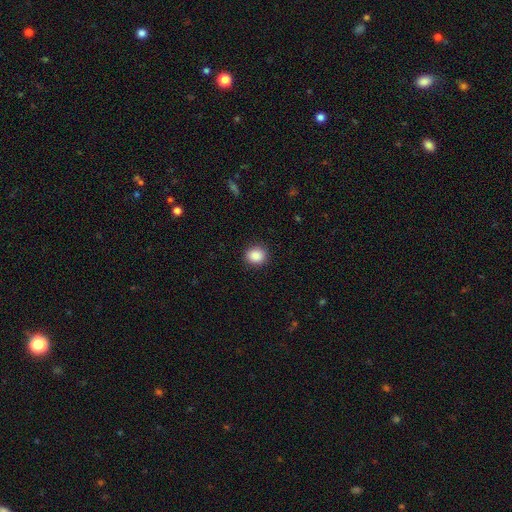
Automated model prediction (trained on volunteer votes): Morphology: type=smooth (88%); roundness=round (75%); merging=none (90%).